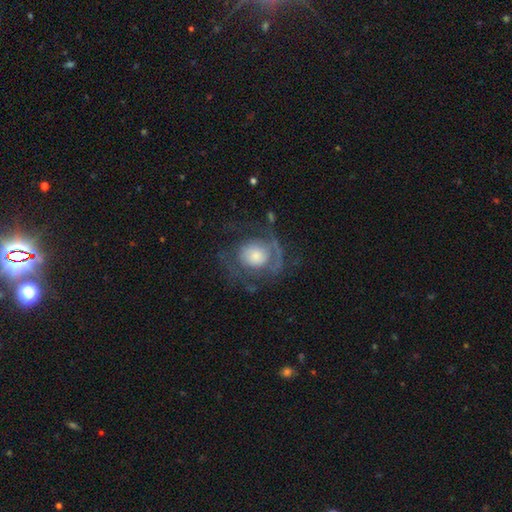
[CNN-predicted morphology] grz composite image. It shows a featured or disk galaxy (65%) with no bar (81%), spiral arms (71%) and a moderate central bulge (41%). Merging: none (54%).